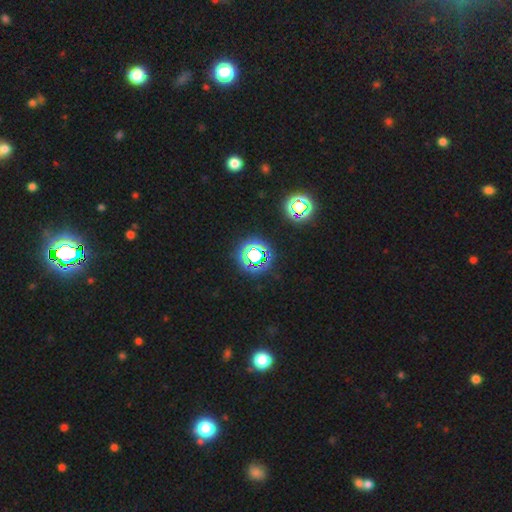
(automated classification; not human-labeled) This is likely a star or artifact rather than a galaxy (67%).